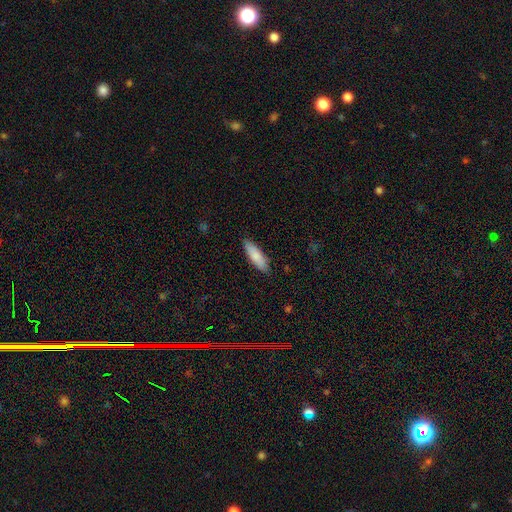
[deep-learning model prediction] smooth_or_featured: smooth (p=0.84) [alt: featured or disk p=0.10]
how_rounded: cigar-shaped (p=0.50) [alt: in between p=0.49]
merging: none (p=0.86) [alt: minor disturbance p=0.11]